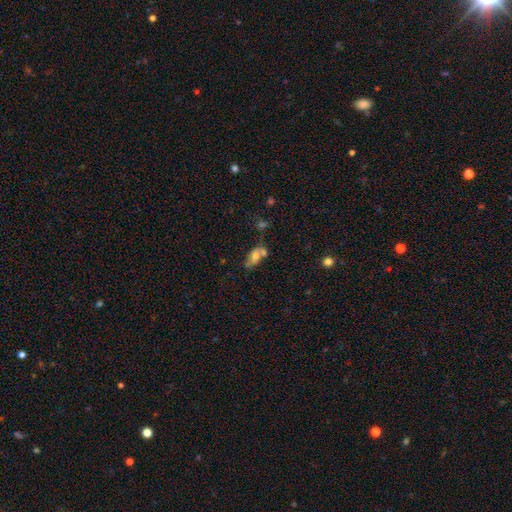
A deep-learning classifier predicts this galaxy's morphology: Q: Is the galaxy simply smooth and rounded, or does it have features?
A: smooth — 60%.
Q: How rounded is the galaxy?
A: in between — 82%.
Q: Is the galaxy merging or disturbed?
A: none — 41%.